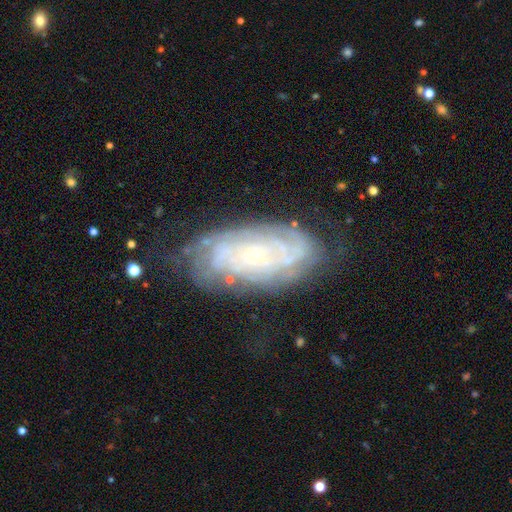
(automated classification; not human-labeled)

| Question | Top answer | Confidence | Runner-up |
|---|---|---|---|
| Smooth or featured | featured or disk | 81% | smooth (12%) |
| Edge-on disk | no | 93% | yes (7%) |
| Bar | no | 78% | weak (17%) |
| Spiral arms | yes | 92% | no (8%) |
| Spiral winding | tight | 77% | medium (18%) |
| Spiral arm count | can't tell | 47% | 4 (15%) |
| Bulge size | small | 82% | moderate (14%) |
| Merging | none | 72% | minor disturbance (19%) |